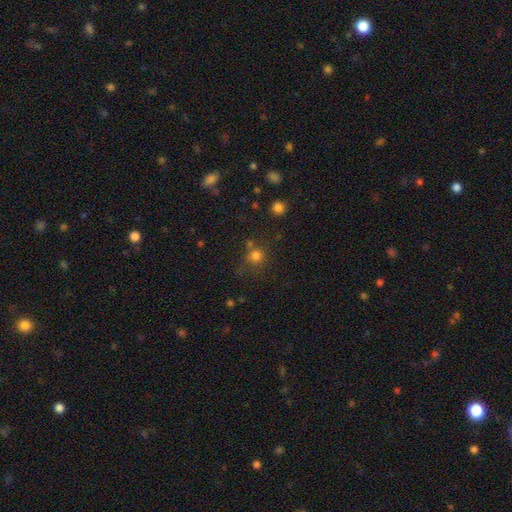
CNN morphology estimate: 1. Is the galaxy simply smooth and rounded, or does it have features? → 76% smooth, 17% star or artifact, 7% featured or disk.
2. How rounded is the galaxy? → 88% round, 11% in between, 1% cigar-shaped.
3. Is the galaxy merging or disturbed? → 64% none, 16% merger, 13% minor disturbance, 6% major disturbance.